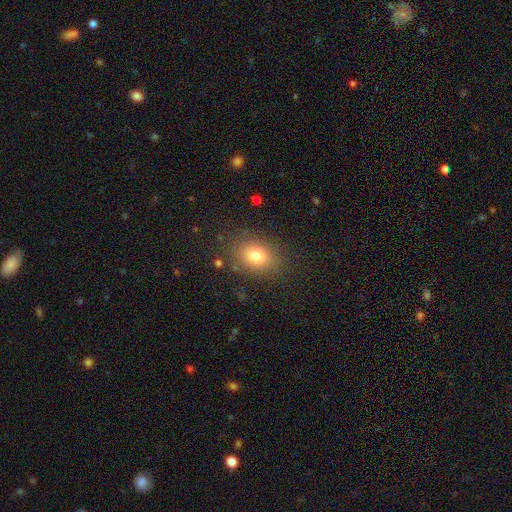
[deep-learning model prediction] Overall: smooth (78%). How rounded: in between (65%; round 34%). Merging: none (83%).